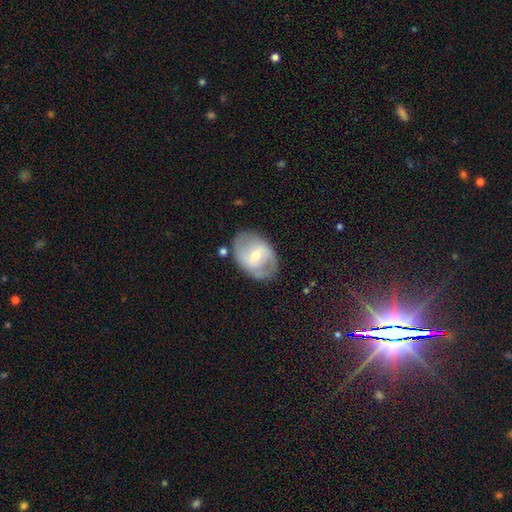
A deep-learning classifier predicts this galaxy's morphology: type=featured or disk (69%); edge-on=no (95%); bar=weak (47%); spiral arms=yes (75%); bulge=moderate (55%); merging=none (74%).